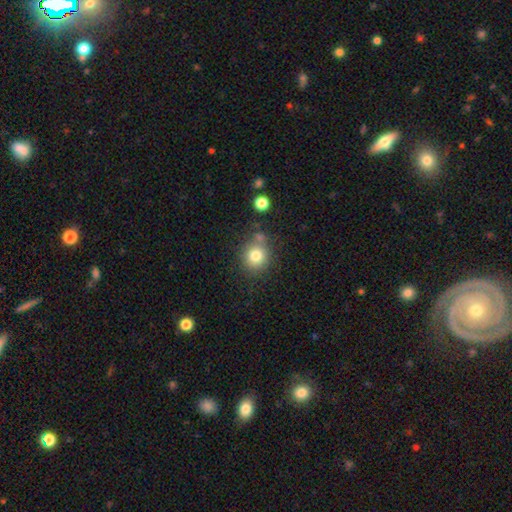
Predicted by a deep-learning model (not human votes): Smooth or featured: smooth — 79% (star or artifact — 12%)
How rounded: round — 83% (in between — 17%)
Merging: none — 70% (minor disturbance — 13%)